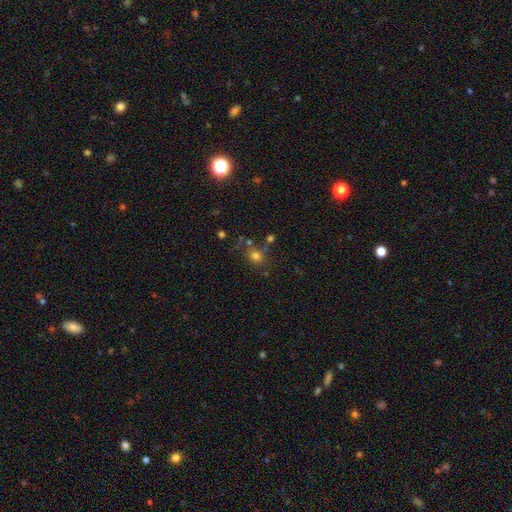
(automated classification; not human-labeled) Morphology: type=smooth (75%); roundness=round (75%); merging=none (68%).